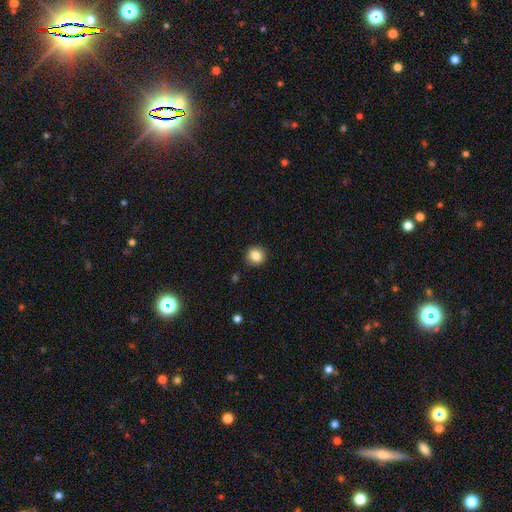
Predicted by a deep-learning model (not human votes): Q: Smooth or featured?
A: smooth (85%); runner-up: star or artifact (10%)
Q: How rounded?
A: round (91%); runner-up: in between (8%)
Q: Merging?
A: none (92%); runner-up: minor disturbance (6%)